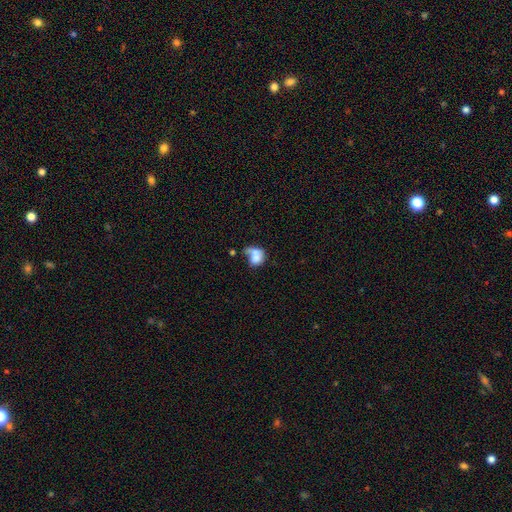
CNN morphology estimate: The model was most divided on "how rounded": in between: 56%, round: 43%, cigar-shaped: 1%. Remaining: smooth or featured — smooth (68%); merging — merger (44%).